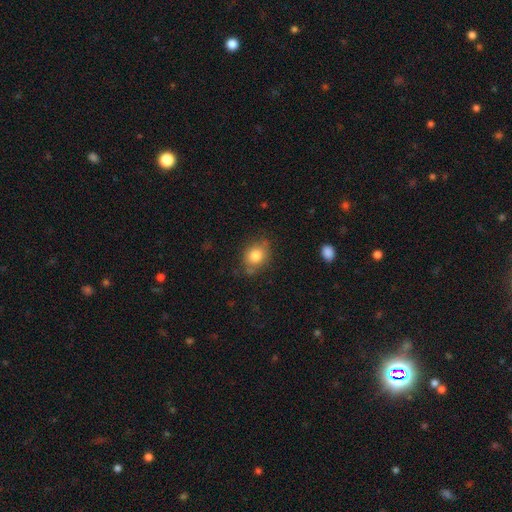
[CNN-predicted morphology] type=smooth (82%); roundness=round (54%); merging=none (73%).